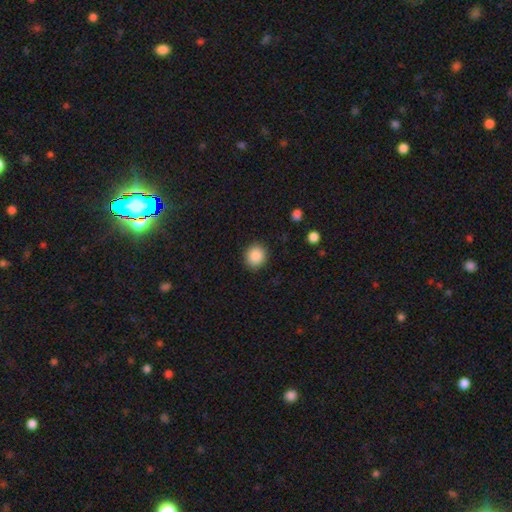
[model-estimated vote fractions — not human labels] smooth_or_featured: smooth (p=0.88) [alt: star or artifact p=0.08]
how_rounded: round (p=0.87) [alt: in between p=0.12]
merging: none (p=0.90) [alt: minor disturbance p=0.07]